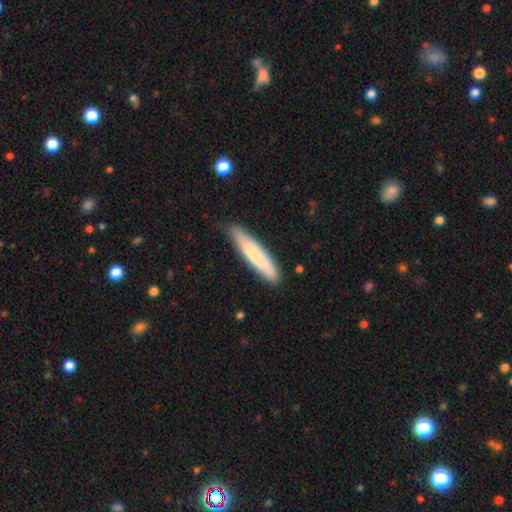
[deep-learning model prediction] This is likely a smooth galaxy (66%). How rounded: clearly cigar-shaped (86%). Merging: clearly none (82%).